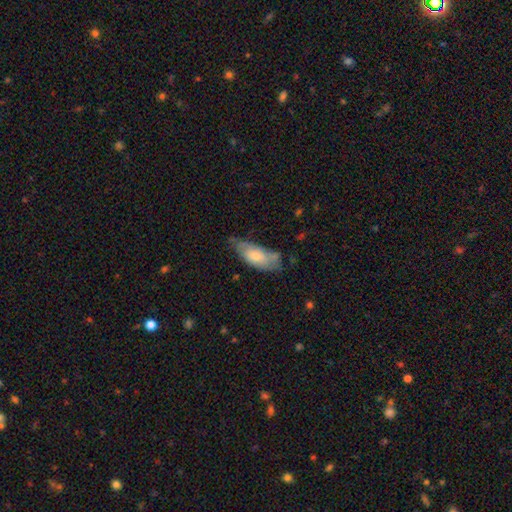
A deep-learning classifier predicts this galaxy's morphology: smooth_or_featured: smooth (p=0.63) [alt: featured or disk p=0.31]
how_rounded: in between (p=0.79) [alt: cigar-shaped p=0.19]
merging: none (p=0.52) [alt: minor disturbance p=0.34]